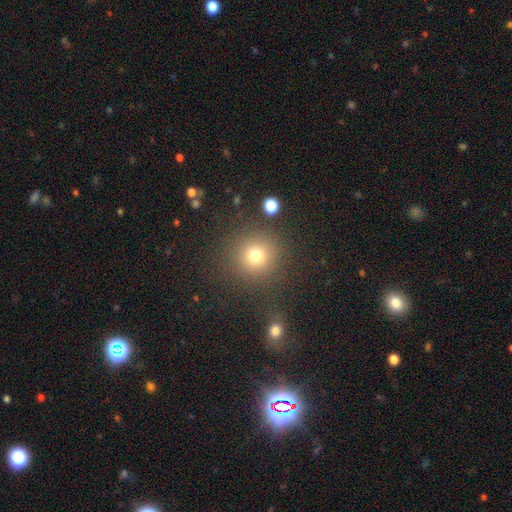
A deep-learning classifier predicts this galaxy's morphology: The model was most divided on "smooth or featured": smooth: 75%, star or artifact: 16%, featured or disk: 8%. More confident: how rounded — round (92%); merging — none (82%).